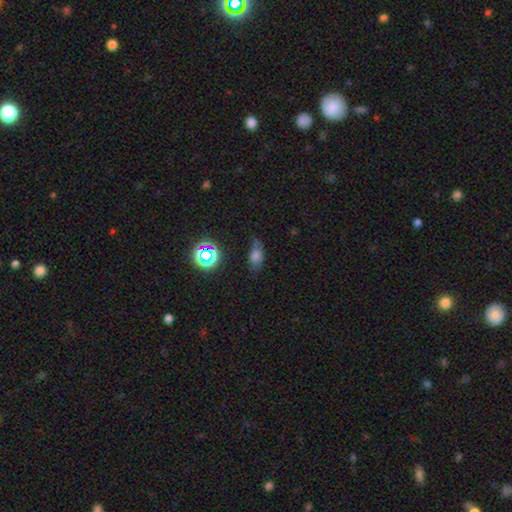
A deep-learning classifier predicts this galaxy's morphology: Q: Smooth or featured?
A: smooth (67%); runner-up: star or artifact (19%)
Q: How rounded?
A: in between (79%); runner-up: round (14%)
Q: Merging?
A: none (59%); runner-up: minor disturbance (29%)